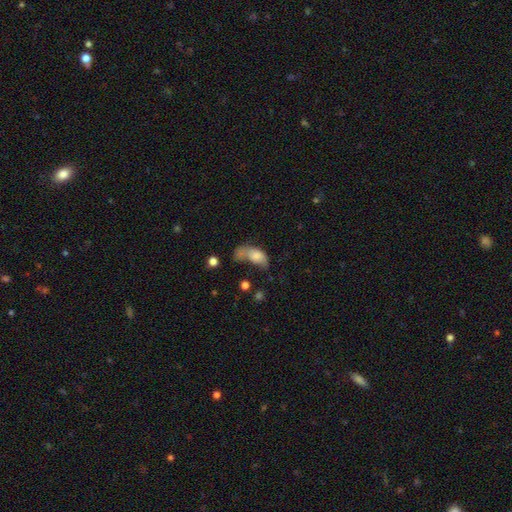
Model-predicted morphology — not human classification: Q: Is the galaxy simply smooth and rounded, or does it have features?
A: smooth — 68%.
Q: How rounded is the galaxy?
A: in between — 87%.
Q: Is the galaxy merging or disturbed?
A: major disturbance — 41%.